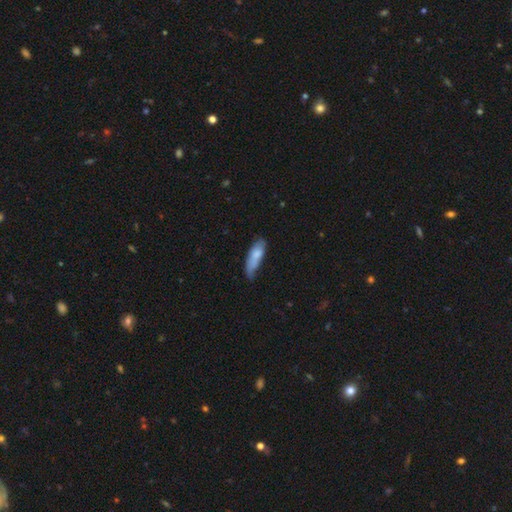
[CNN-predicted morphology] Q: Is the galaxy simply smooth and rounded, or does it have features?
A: smooth — 76%.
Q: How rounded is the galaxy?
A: in between — 54%.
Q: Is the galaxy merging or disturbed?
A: minor disturbance — 41%.